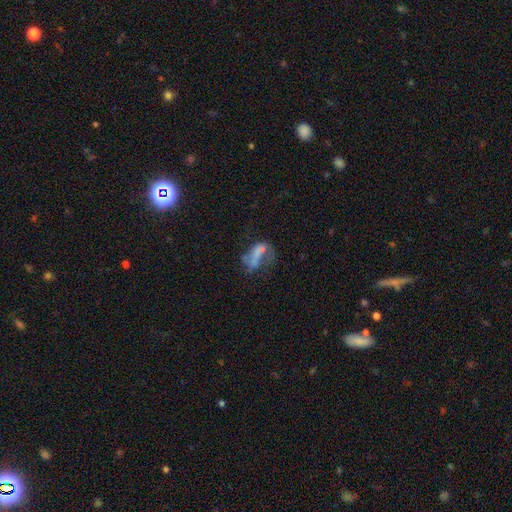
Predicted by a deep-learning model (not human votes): A smooth galaxy with no disk features (46%).

Vote fractions:
- Smooth or featured? smooth: 46% / featured or disk: 39% / star or artifact: 15%
- Merging? major disturbance: 44% / none: 24% / minor disturbance: 18% / merger: 14%